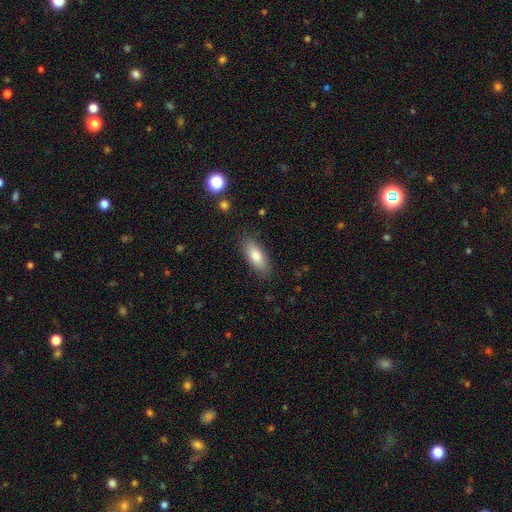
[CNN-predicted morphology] Smooth or featured? Predicted: smooth (p=0.80). How rounded? Predicted: in between (p=0.75). Merging? Predicted: none (p=0.86).